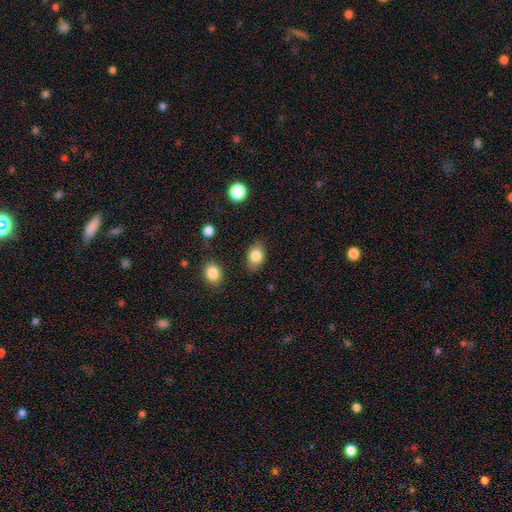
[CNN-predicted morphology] The model was most divided on "how rounded": in between: 73%, round: 25%, cigar-shaped: 1%. More confident: smooth or featured — smooth (83%); merging — none (80%).